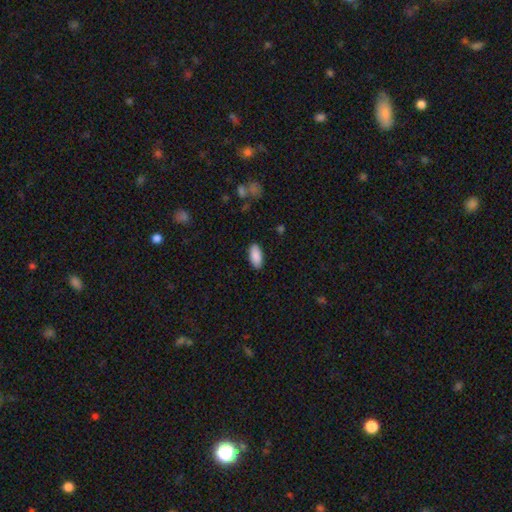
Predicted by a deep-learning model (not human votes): smooth-or-featured: smooth: 89% | star or artifact: 6% | featured or disk: 4%
  how-rounded: in between: 91% | cigar-shaped: 8% | round: 2%
  merging: none: 88% | minor disturbance: 9% | major disturbance: 2% | merger: 1%